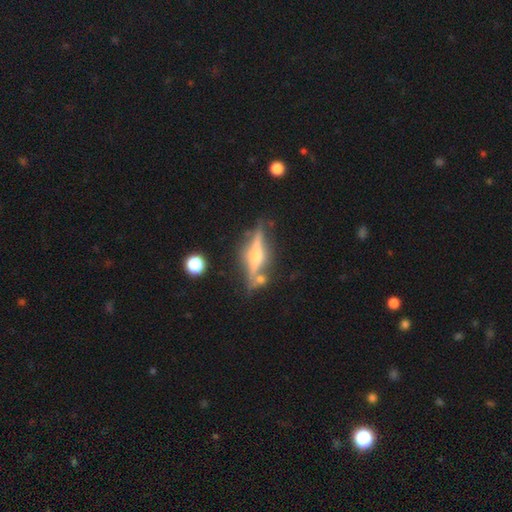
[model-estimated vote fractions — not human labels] A featured or disk galaxy (80%) viewed edge-on (96%) with a rounded central bulge (87%).

Vote fractions:
- Smooth or featured? featured or disk: 80% / smooth: 14% / star or artifact: 7%
- Edge-on disk? yes: 96% / no: 4%
- Edge-on bulge? rounded: 87% / boxy: 8% / none: 5%
- Merging? none: 76% / minor disturbance: 13% / merger: 8% / major disturbance: 4%